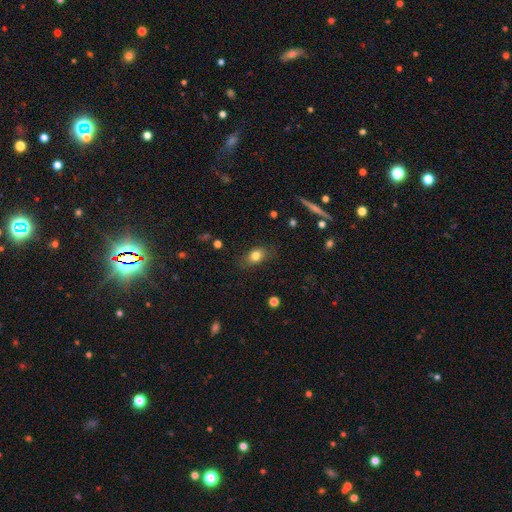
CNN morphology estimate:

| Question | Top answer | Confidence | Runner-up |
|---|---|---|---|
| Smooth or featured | smooth | 80% | featured or disk (10%) |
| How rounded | in between | 71% | round (26%) |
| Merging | none | 80% | minor disturbance (14%) |